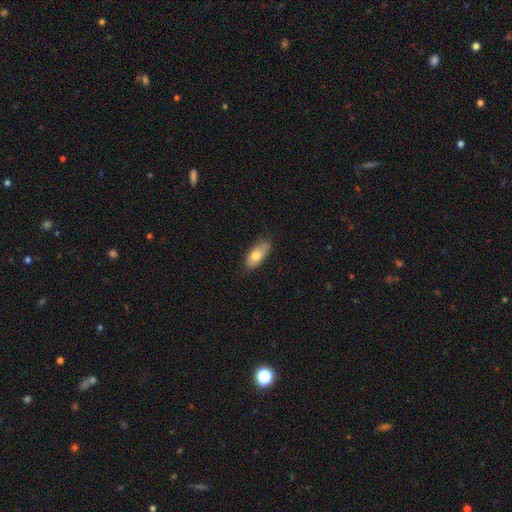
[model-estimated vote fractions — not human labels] This appears to be a smooth galaxy with no disk features (73%) that is in between round and cigar-shaped (83%). Merging: none (75%).